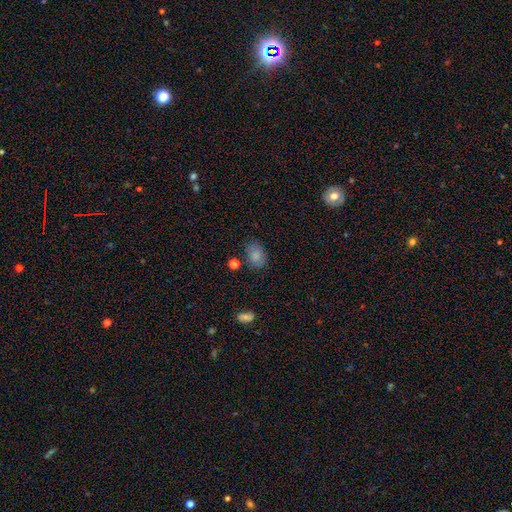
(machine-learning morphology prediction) Q: Smooth or featured?
A: smooth (83%); runner-up: star or artifact (10%)
Q: How rounded?
A: in between (79%); runner-up: round (20%)
Q: Merging?
A: none (76%); runner-up: minor disturbance (16%)